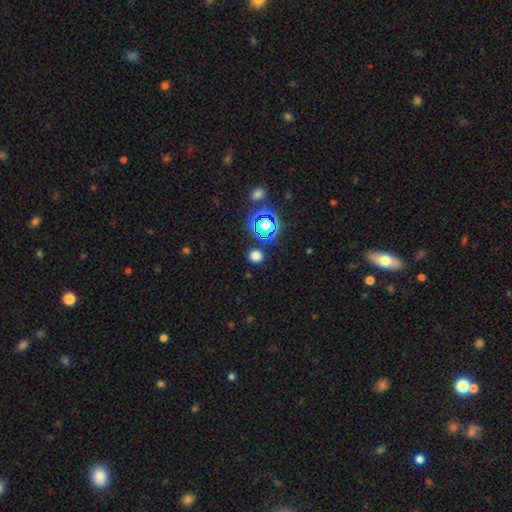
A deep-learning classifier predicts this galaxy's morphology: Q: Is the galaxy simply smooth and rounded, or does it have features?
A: smooth — 68%.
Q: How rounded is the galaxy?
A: round — 79%.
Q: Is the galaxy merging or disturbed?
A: none — 86%.